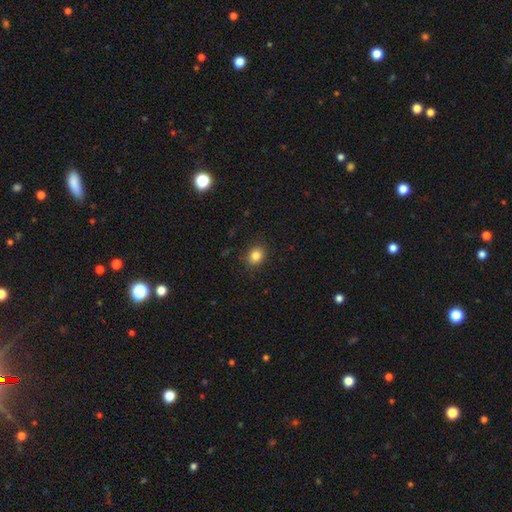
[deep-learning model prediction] smooth 83%, star or artifact 11%, featured or disk 5%. Down the decision tree: how rounded — round (64%); merging — none (87%).